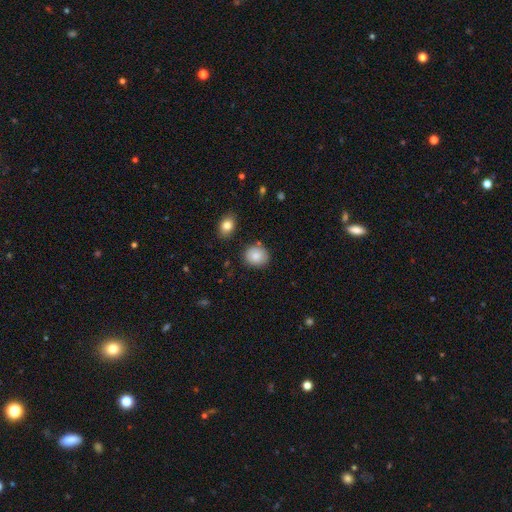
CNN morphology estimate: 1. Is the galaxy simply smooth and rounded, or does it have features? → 85% smooth, 8% star or artifact, 7% featured or disk.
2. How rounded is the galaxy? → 76% round, 23% in between, 1% cigar-shaped.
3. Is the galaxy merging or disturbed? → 84% none, 11% minor disturbance, 3% merger, 3% major disturbance.